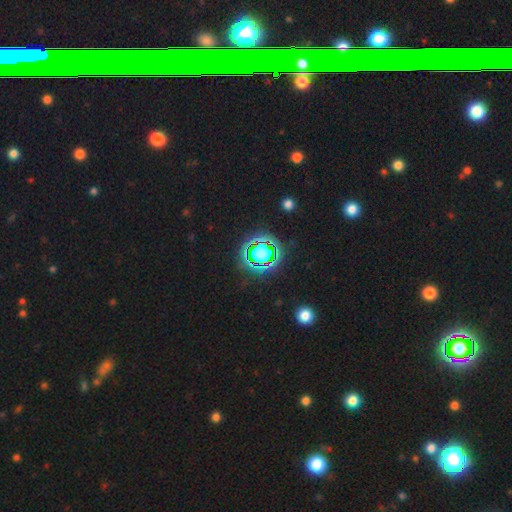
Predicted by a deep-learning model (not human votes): A star or artifact, not a galaxy (79%).

Vote fractions:
- Smooth or featured? star or artifact: 79% / smooth: 13% / featured or disk: 8%